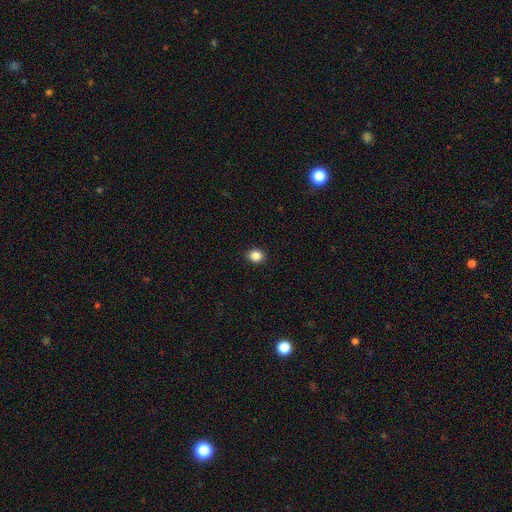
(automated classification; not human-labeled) Smooth or featured? smooth (86%)
How rounded? round (71%)
Merging? none (91%)